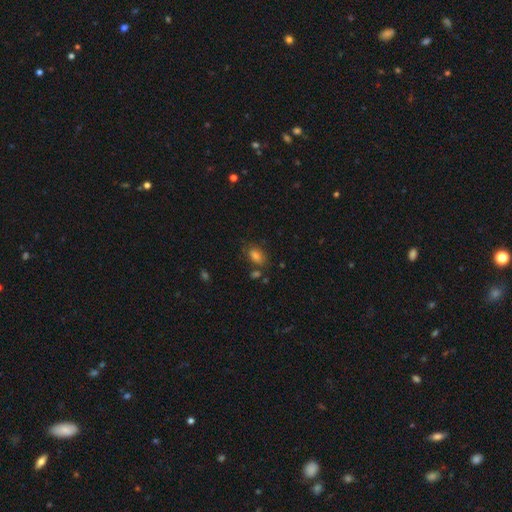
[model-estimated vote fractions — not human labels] Smooth or featured: smooth — 76% (star or artifact — 15%)
How rounded: in between — 86% (round — 9%)
Merging: none — 67% (minor disturbance — 18%)